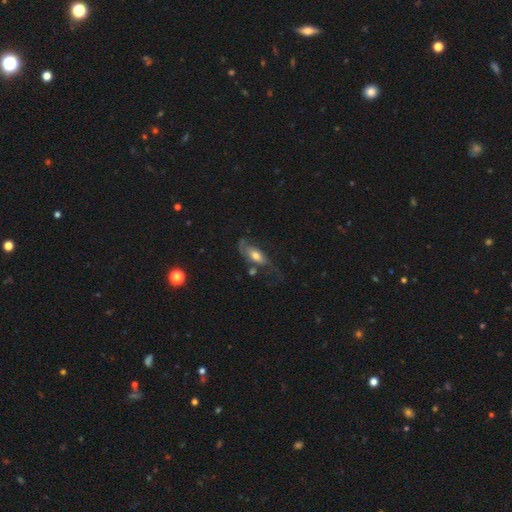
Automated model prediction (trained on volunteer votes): Q: Smooth or featured?
A: featured or disk (53%); runner-up: smooth (39%)
Q: Edge-on disk?
A: no (85%); runner-up: yes (15%)
Q: Merging?
A: none (39%); runner-up: major disturbance (30%)